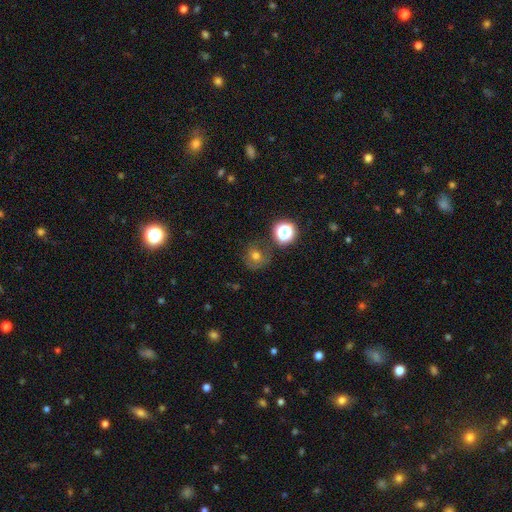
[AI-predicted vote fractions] Smooth or featured? smooth (58%)
How rounded? round (83%)
Merging? none (68%)